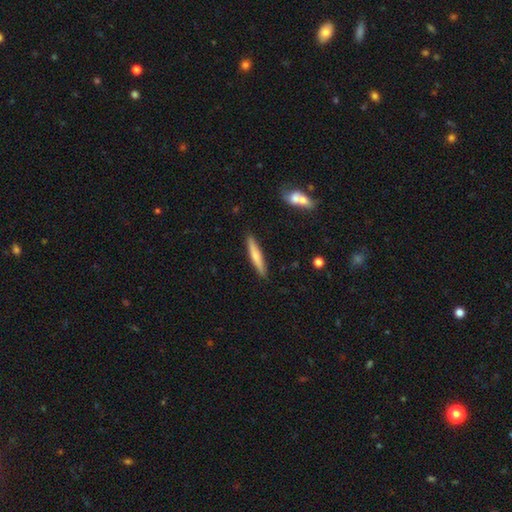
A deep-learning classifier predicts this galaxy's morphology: Smooth or featured? Predicted: smooth (p=0.64). How rounded? Predicted: cigar-shaped (p=0.92). Merging? Predicted: none (p=0.90).